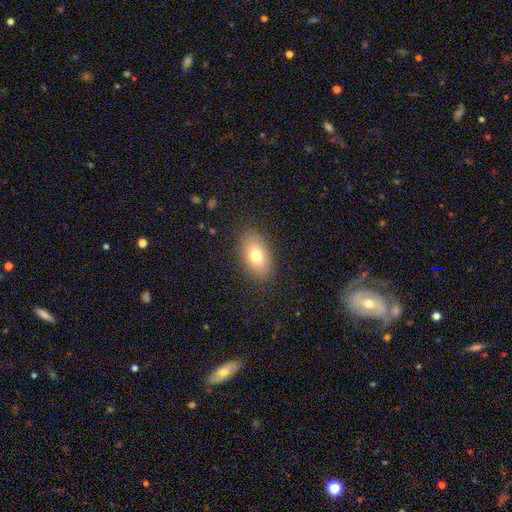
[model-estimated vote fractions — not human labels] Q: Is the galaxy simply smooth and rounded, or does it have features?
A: smooth — 73%.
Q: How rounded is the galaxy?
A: in between — 89%.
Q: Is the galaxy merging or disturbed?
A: none — 86%.